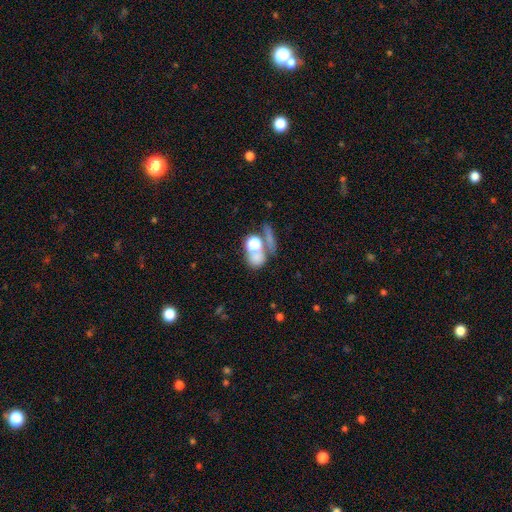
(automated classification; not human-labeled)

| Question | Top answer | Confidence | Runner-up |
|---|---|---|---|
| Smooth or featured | smooth | 64% | star or artifact (22%) |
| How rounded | round | 60% | in between (36%) |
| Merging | none | 42% | merger (38%) |